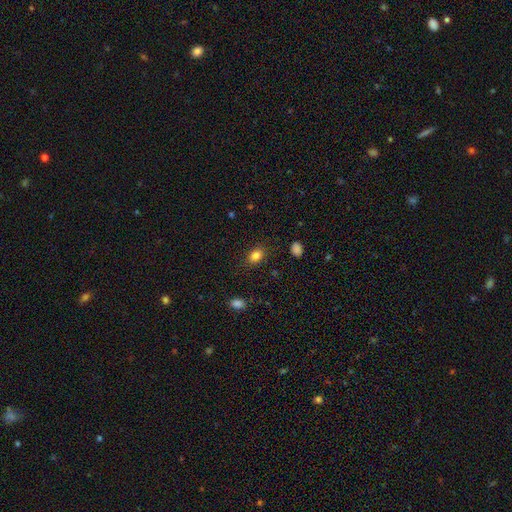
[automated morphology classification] Smooth or featured? smooth (84%)
How rounded? in between (74%)
Merging? none (85%)